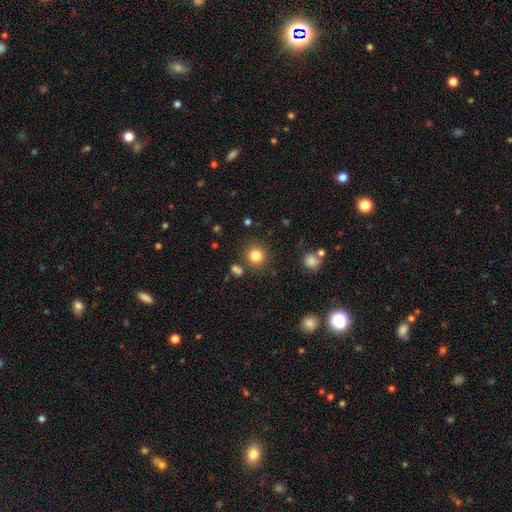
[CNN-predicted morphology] smooth 83%, star or artifact 12%, featured or disk 6%. Down the decision tree: how rounded — round (91%); merging — none (83%).